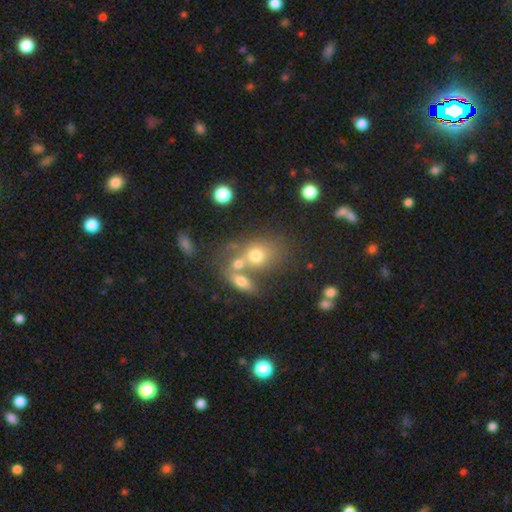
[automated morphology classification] Smooth or featured? Predicted: smooth (p=0.65). How rounded? Predicted: in between (p=0.50). Merging? Predicted: merger (p=0.43).